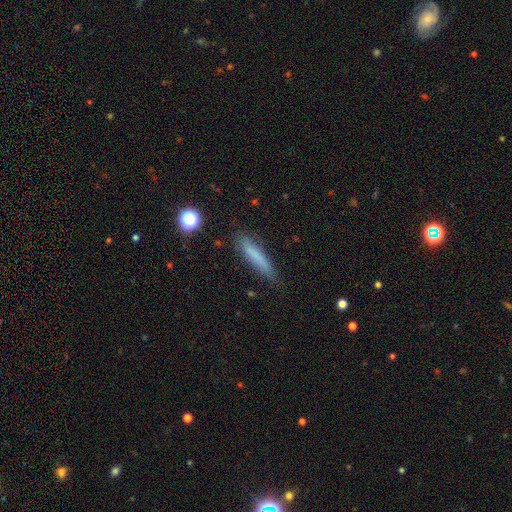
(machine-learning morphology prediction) A smooth galaxy with no disk features (74%) that is cigar-shaped (87%).

Vote fractions:
- Smooth or featured? smooth: 74% / featured or disk: 17% / star or artifact: 9%
- How rounded? cigar-shaped: 87% / in between: 11% / round: 2%
- Merging? none: 78% / minor disturbance: 17% / major disturbance: 4% / merger: 2%